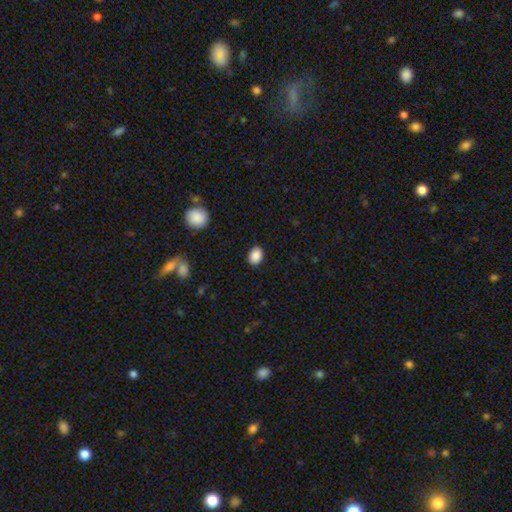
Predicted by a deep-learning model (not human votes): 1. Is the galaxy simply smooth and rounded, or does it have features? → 89% smooth, 8% star or artifact, 3% featured or disk.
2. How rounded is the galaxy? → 66% in between, 33% round, 1% cigar-shaped.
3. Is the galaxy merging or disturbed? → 89% none, 8% minor disturbance, 2% major disturbance, 1% merger.